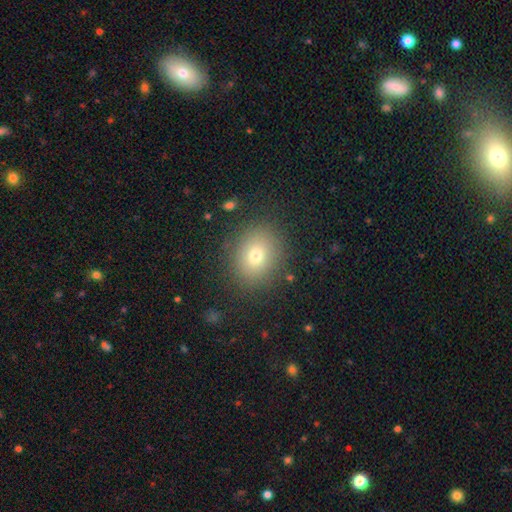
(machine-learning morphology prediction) Smooth or featured?
  - smooth: 75% *
  - star or artifact: 14%
  - featured or disk: 12%
How rounded?
  - round: 59% *
  - in between: 40%
  - cigar-shaped: 1%
Merging?
  - none: 87% *
  - minor disturbance: 9%
  - major disturbance: 3%
  - merger: 1%